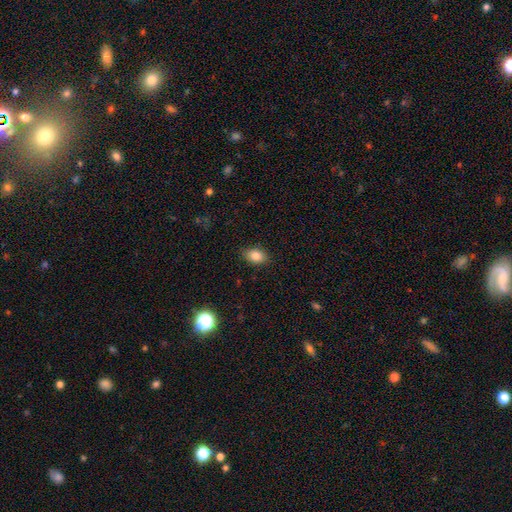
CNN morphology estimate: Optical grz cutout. It shows a smooth galaxy with no disk features (83%) that is in between round and cigar-shaped (83%). Merging: none (86%).